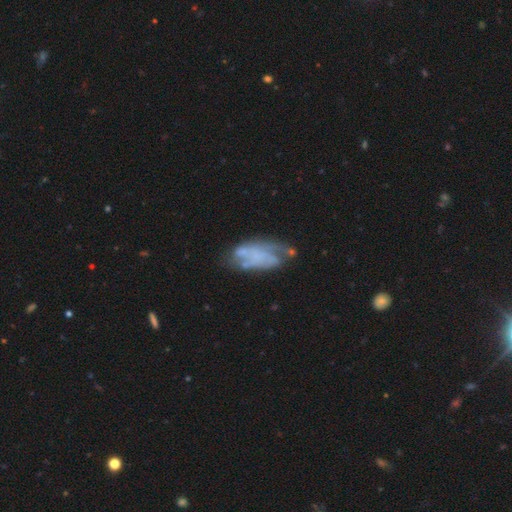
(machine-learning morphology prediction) Overall: featured or disk (65%; smooth 26%). Edge-on disk: no (94%). Bar: no (78%). Spiral arms: yes (57%; no 43%). Bulge size: none (77%). Merging: none (46%; minor disturbance 25%).